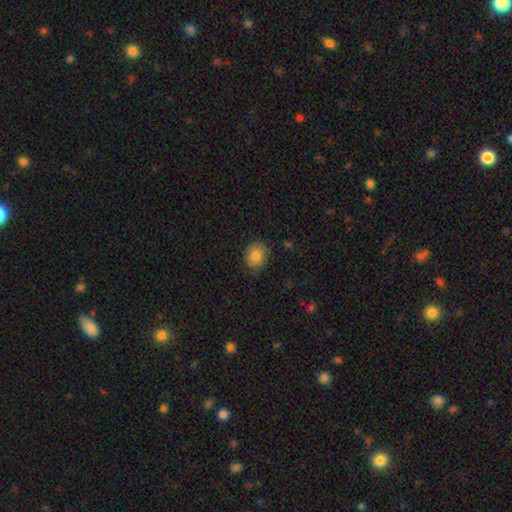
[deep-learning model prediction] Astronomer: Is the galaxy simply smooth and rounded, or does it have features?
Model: smooth — 79%.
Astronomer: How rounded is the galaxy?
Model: round — 66%.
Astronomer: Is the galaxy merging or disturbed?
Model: none — 80%.